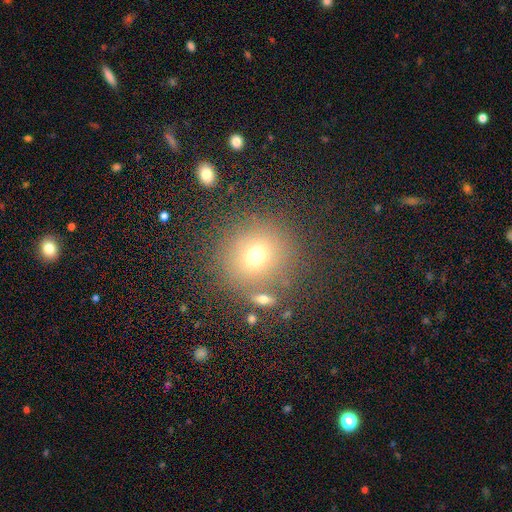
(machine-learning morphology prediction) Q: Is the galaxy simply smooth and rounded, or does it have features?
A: smooth — 70%.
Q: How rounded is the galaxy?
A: round — 90%.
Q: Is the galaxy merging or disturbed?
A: none — 78%.